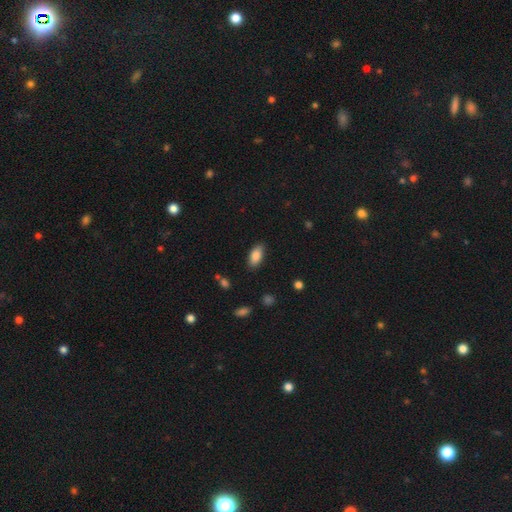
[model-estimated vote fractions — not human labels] Morphology: type=smooth (85%); roundness=in between (90%); merging=none (84%).